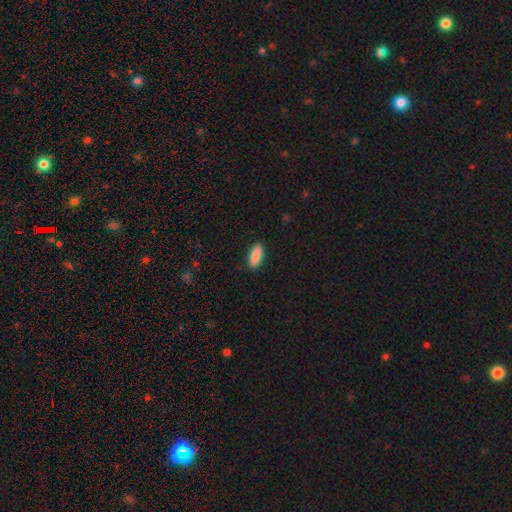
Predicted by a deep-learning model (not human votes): A smooth galaxy with no disk features (89%) that is in between round and cigar-shaped (69%).

Vote fractions:
- Smooth or featured? smooth: 89% / star or artifact: 6% / featured or disk: 5%
- How rounded? in between: 69% / cigar-shaped: 29% / round: 2%
- Merging? none: 90% / minor disturbance: 7% / major disturbance: 2% / merger: 1%